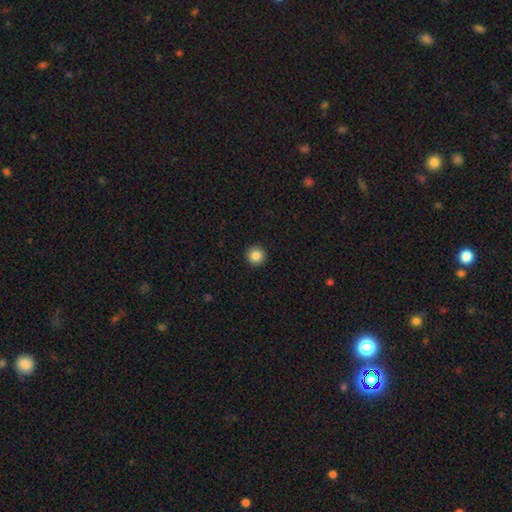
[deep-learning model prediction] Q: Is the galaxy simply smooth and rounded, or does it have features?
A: smooth — 86%.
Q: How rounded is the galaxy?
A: round — 95%.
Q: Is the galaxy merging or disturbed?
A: none — 93%.